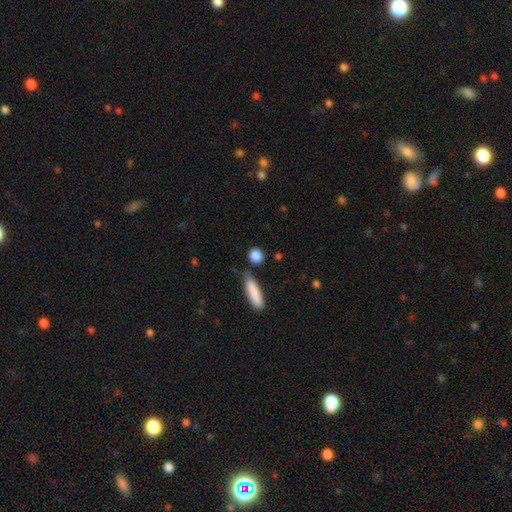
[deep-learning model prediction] Smooth or featured: smooth — 87% (star or artifact — 8%)
How rounded: round — 72% (in between — 17%)
Merging: none — 76% (minor disturbance — 13%)